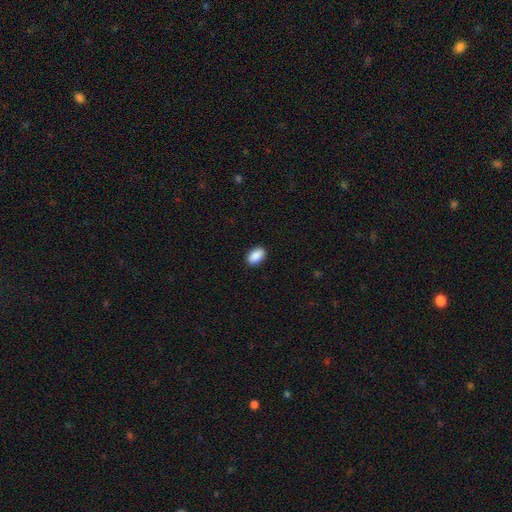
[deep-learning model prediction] Morphology: type=smooth (90%); roundness=in between (92%); merging=none (90%).